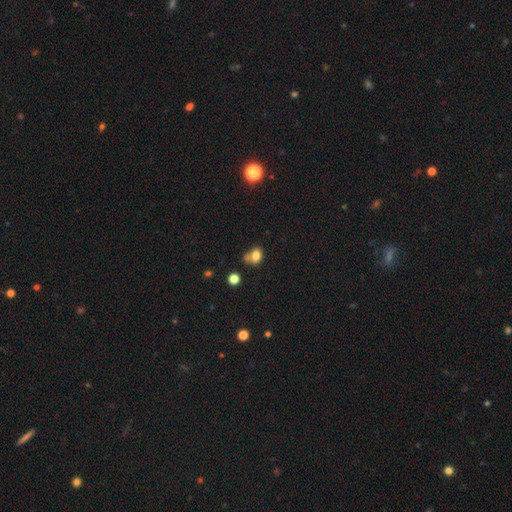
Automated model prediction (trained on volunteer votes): smooth_or_featured: smooth (p=0.76) [alt: star or artifact p=0.12]
how_rounded: in between (p=0.64) [alt: round p=0.34]
merging: none (p=0.38) [alt: merger p=0.34]